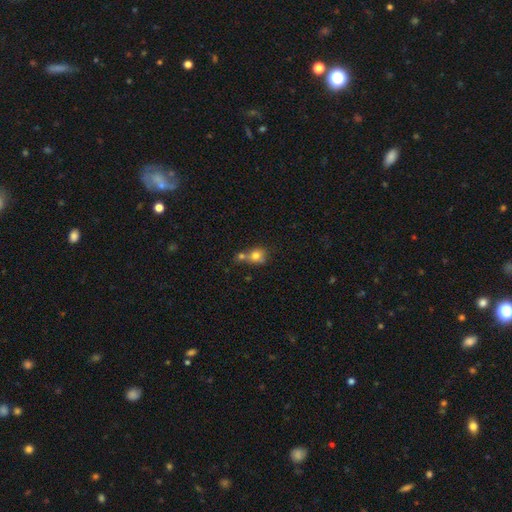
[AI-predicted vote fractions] Smooth or featured? smooth (75%)
How rounded? round (73%)
Merging? merger (46%)